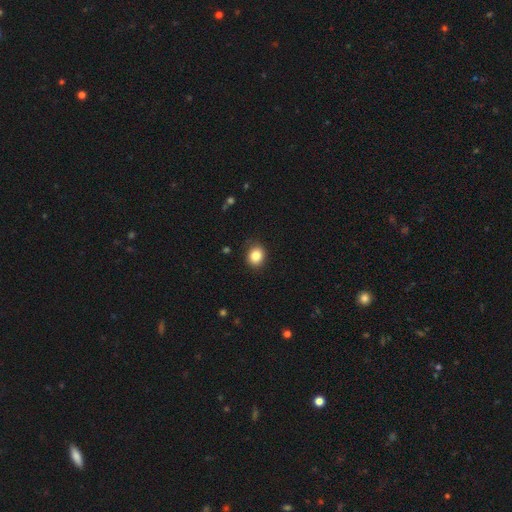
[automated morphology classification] This appears to be a smooth galaxy with no disk features (85%) that is round (59%). Merging: none (85%).